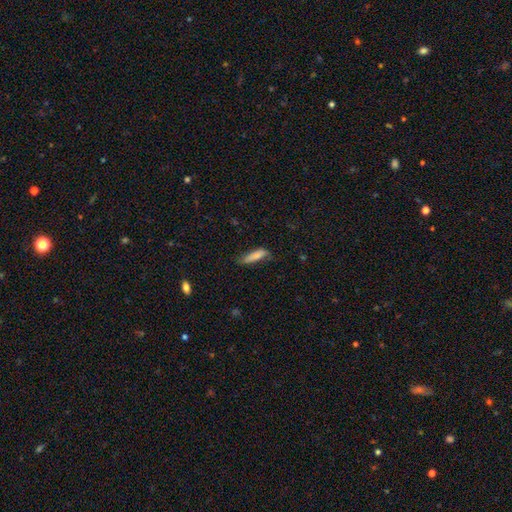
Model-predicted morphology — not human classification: This appears to be a smooth galaxy with no disk features (78%) that is cigar-shaped (59%). Merging: none (55%).